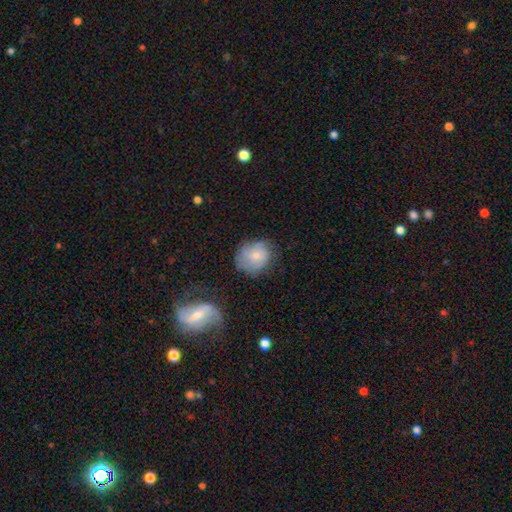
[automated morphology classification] This appears to be a smooth galaxy with no disk features (70%) that is round (74%). Merging: none (60%).